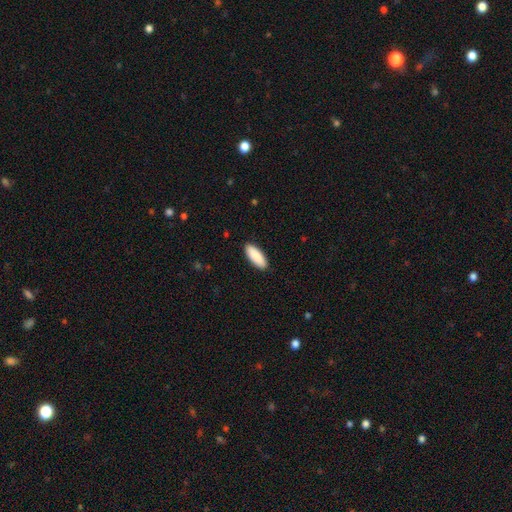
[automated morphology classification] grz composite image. It shows a smooth galaxy with no disk features (91%) that is in between round and cigar-shaped (76%). Merging: none (90%).